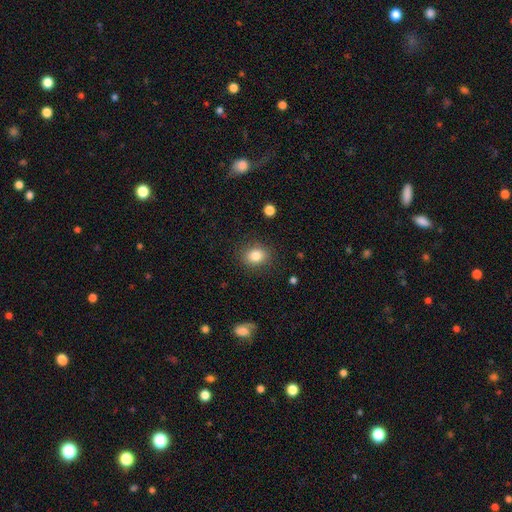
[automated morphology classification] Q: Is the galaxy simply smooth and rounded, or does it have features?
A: smooth — 83%.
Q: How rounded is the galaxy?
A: round — 56%.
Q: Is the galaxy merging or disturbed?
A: none — 86%.